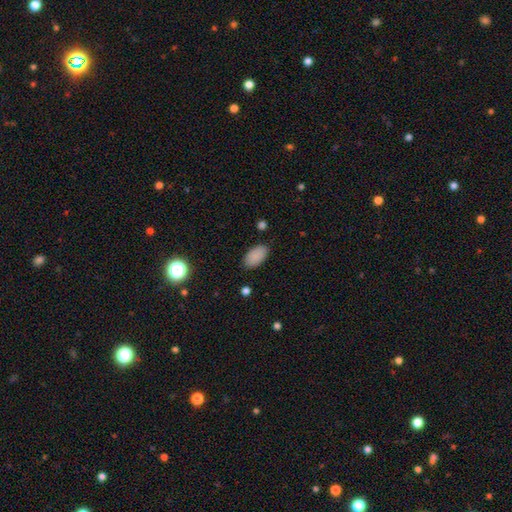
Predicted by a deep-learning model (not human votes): The model was most divided on "merging": none: 86%, minor disturbance: 11%, major disturbance: 3%, merger: 1%. More confident: how rounded — in between (94%); smooth or featured — smooth (88%).